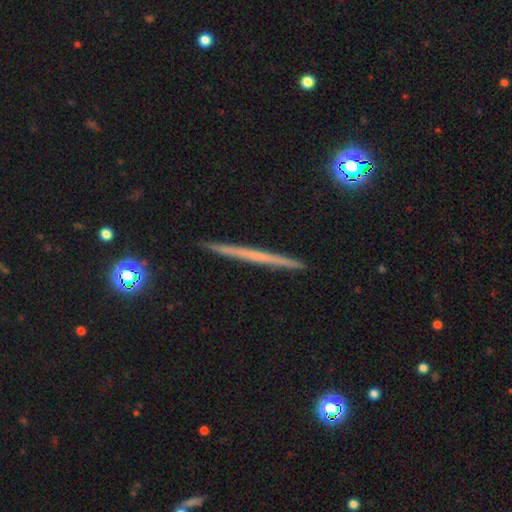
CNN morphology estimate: Smooth or featured?
  - featured or disk: 57% *
  - smooth: 36%
  - star or artifact: 7%
Edge-on disk?
  - yes: 98% *
  - no: 2%
Edge-on bulge?
  - none: 89% *
  - rounded: 8%
  - boxy: 3%
Merging?
  - none: 93% *
  - minor disturbance: 5%
  - merger: 1%
  - major disturbance: 1%